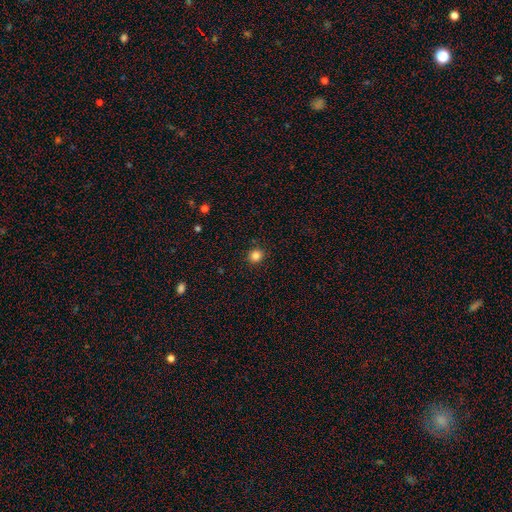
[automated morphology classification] Smooth or featured: smooth — 84% (star or artifact — 12%)
How rounded: round — 91% (in between — 8%)
Merging: none — 92% (minor disturbance — 6%)